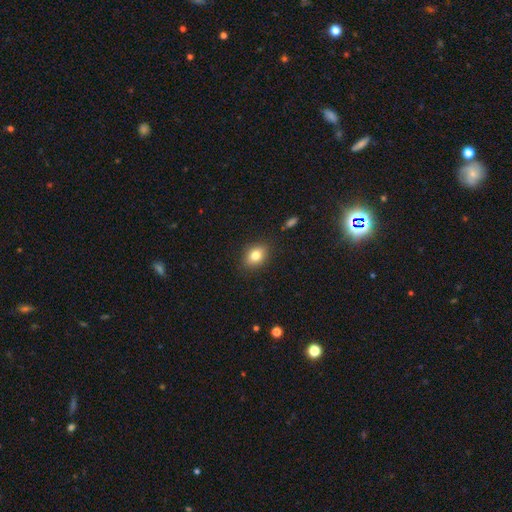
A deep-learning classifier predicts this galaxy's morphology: Smooth or featured?
  - smooth: 79% *
  - featured or disk: 11%
  - star or artifact: 10%
How rounded?
  - in between: 68% *
  - round: 30%
  - cigar-shaped: 2%
Merging?
  - none: 86% *
  - minor disturbance: 10%
  - major disturbance: 2%
  - merger: 1%